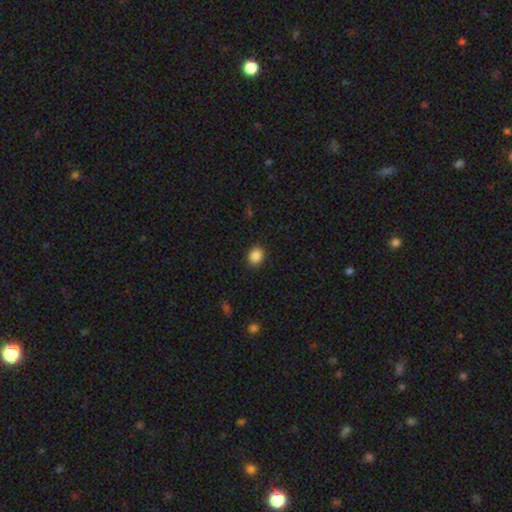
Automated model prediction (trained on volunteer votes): This is clearly a smooth galaxy (87%). How rounded: possibly round (57%). Merging: clearly none (90%).